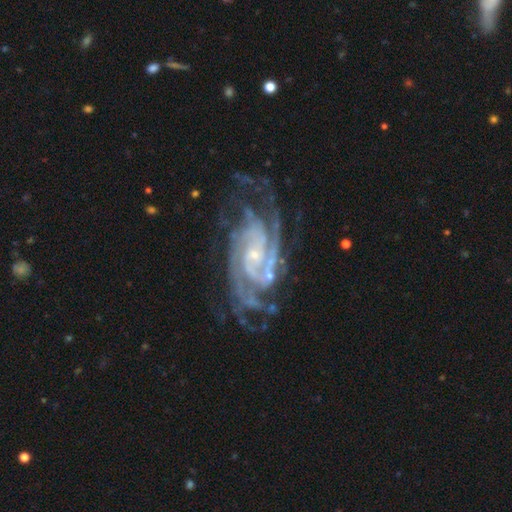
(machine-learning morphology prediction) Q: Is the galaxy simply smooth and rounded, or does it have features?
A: featured or disk — 91%.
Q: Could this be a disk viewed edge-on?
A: no — 97%.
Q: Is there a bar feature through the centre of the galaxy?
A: no — 61%.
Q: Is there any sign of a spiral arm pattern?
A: yes — 98%.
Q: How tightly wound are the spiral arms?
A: tight — 65%.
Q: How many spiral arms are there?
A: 4 — 22%.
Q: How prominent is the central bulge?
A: small — 78%.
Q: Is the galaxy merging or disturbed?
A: none — 66%.